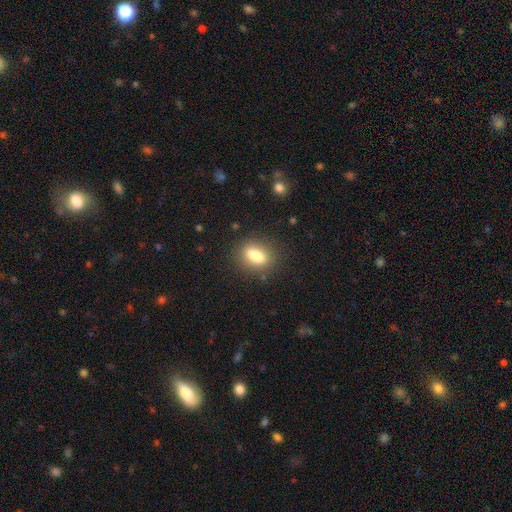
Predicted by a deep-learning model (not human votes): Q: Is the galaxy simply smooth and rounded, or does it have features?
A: smooth — 80%.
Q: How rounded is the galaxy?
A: in between — 73%.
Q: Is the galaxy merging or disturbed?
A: none — 84%.